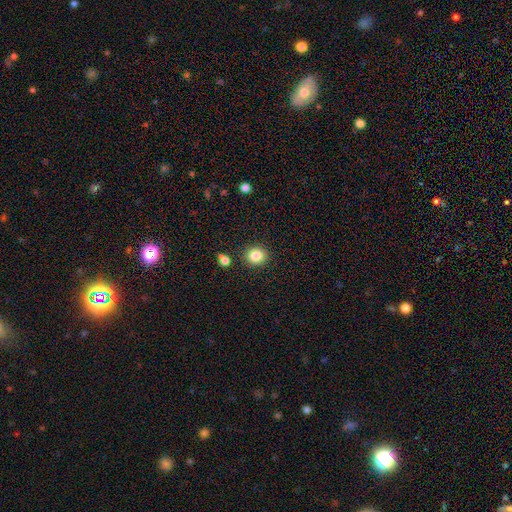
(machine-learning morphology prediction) Smooth or featured? Predicted: smooth (p=0.84). How rounded? Predicted: round (p=0.81). Merging? Predicted: none (p=0.88).